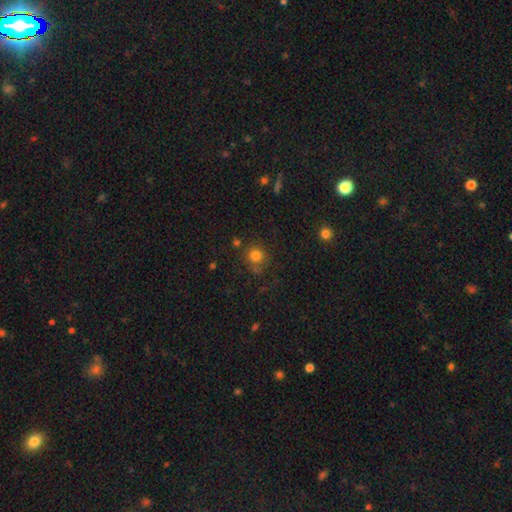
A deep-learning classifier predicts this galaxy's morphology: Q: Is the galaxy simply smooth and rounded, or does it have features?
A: smooth — 78%.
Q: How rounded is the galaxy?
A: round — 87%.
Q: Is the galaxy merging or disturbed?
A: none — 70%.